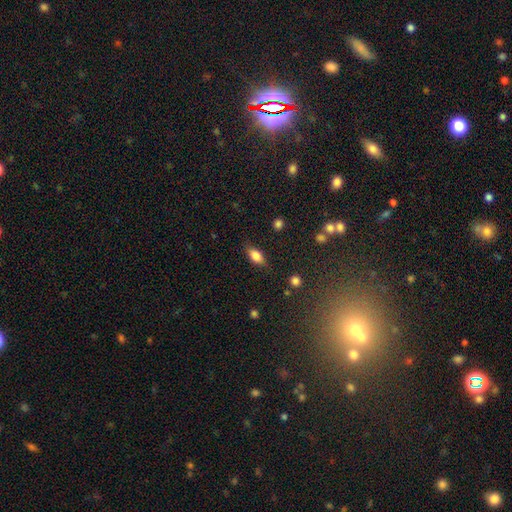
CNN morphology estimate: A smooth galaxy with no disk features (77%) that is in between round and cigar-shaped (82%).

Vote fractions:
- Smooth or featured? smooth: 77% / featured or disk: 15% / star or artifact: 8%
- How rounded? in between: 82% / cigar-shaped: 12% / round: 6%
- Merging? none: 80% / minor disturbance: 15% / major disturbance: 4% / merger: 1%